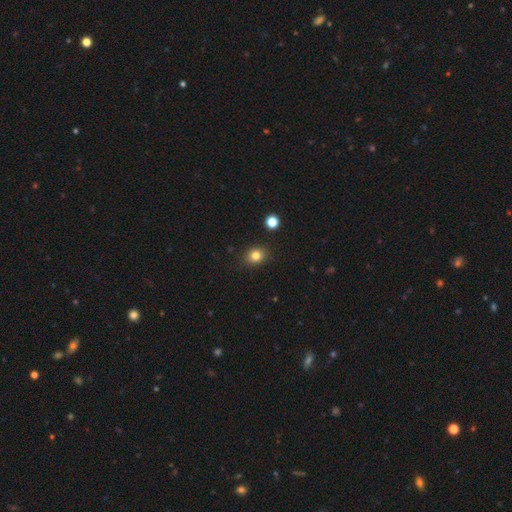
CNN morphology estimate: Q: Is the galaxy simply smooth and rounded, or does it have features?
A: smooth — 81%.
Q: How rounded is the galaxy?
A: round — 67%.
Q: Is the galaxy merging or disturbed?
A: none — 87%.